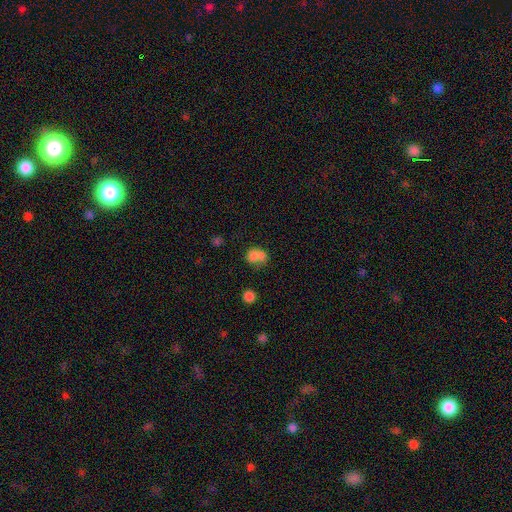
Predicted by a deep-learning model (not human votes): A smooth galaxy with no disk features (73%) that is round (54%).

Vote fractions:
- Smooth or featured? smooth: 73% / featured or disk: 15% / star or artifact: 12%
- How rounded? round: 54% / in between: 45% / cigar-shaped: 1%
- Merging? merger: 53% / none: 27% / minor disturbance: 11% / major disturbance: 8%